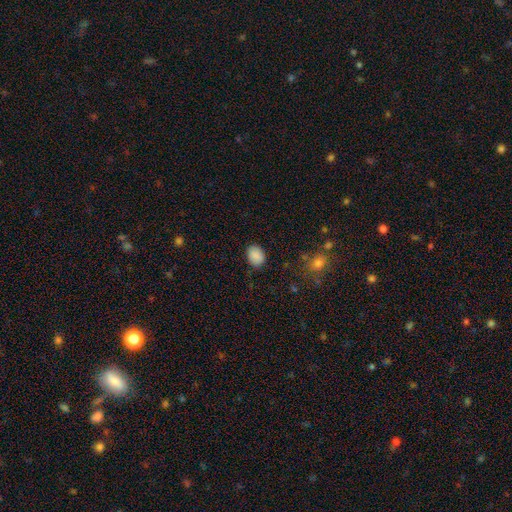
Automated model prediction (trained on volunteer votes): smooth-or-featured: smooth: 88% | star or artifact: 8% | featured or disk: 4%
  how-rounded: in between: 70% | round: 29% | cigar-shaped: 1%
  merging: none: 83% | minor disturbance: 13% | major disturbance: 3% | merger: 1%